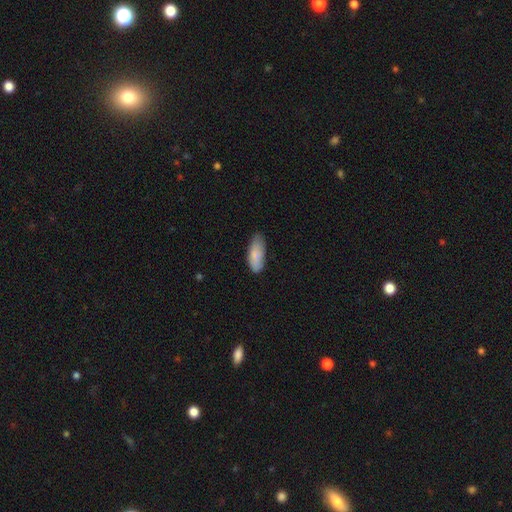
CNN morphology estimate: Overall: smooth (82%). How rounded: in between (78%). Merging: none (64%; minor disturbance 30%).